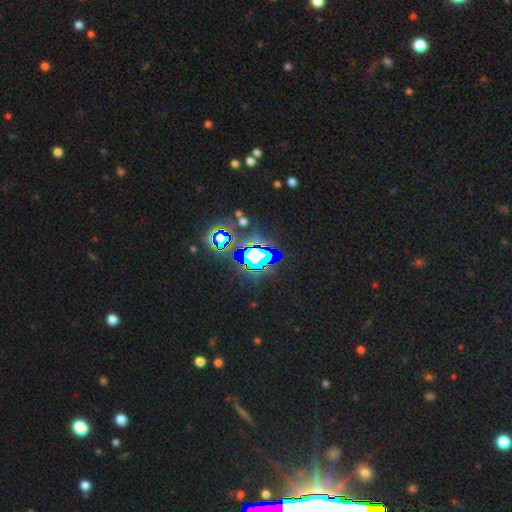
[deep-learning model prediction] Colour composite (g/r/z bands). It shows a star or artifact, not a galaxy (71%).